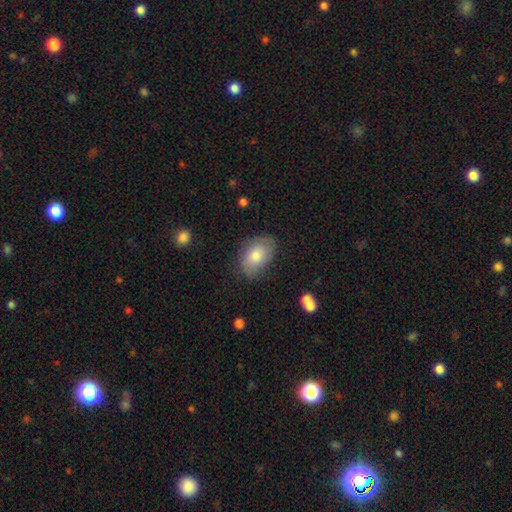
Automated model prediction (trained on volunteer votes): Smooth or featured? smooth (68%)
How rounded? in between (86%)
Merging? none (68%)